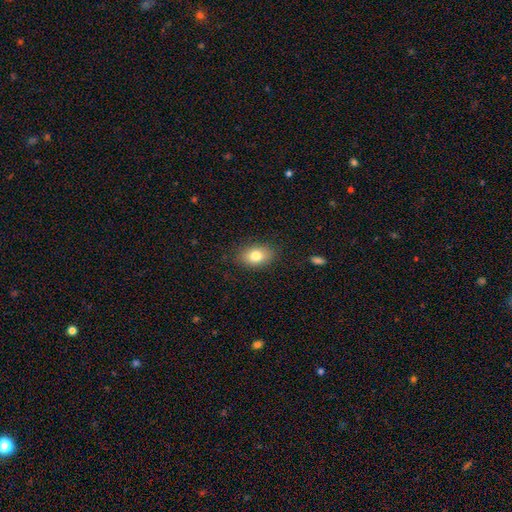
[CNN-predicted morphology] Smooth or featured: smooth — 79% (featured or disk — 12%)
How rounded: in between — 82% (round — 17%)
Merging: none — 85% (minor disturbance — 11%)